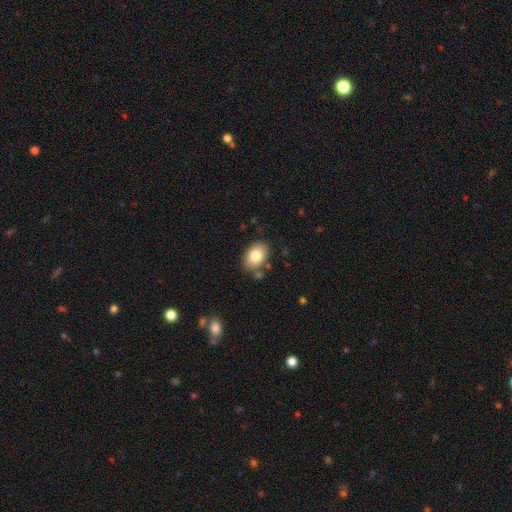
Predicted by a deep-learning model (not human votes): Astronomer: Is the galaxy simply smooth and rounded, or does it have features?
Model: smooth — 81%.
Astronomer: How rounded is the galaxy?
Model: in between — 83%.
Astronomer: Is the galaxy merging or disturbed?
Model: none — 80%.